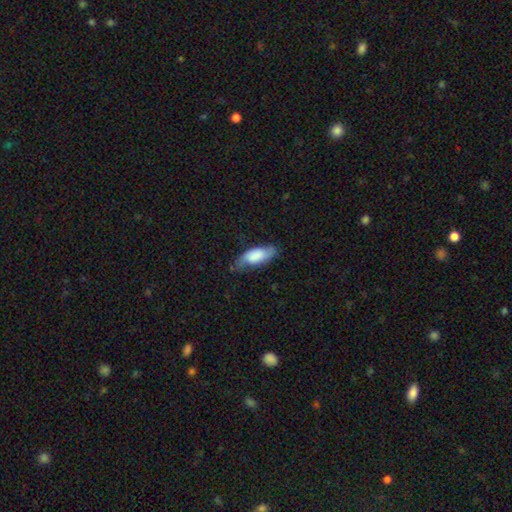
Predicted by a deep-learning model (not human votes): Smooth or featured: smooth — 71% (featured or disk — 23%)
How rounded: in between — 78% (cigar-shaped — 20%)
Merging: none — 60% (minor disturbance — 30%)